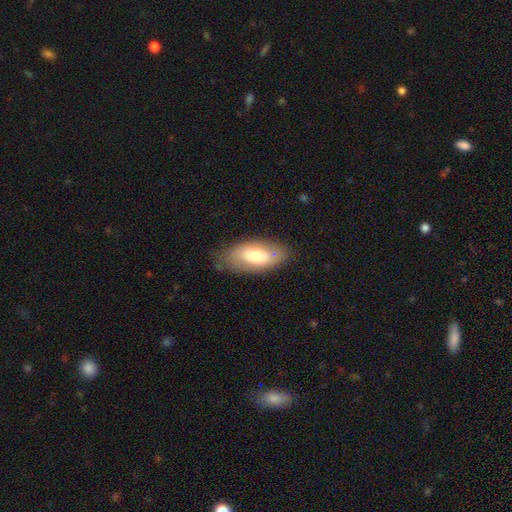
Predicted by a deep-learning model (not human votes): Morphology: type=smooth (70%); roundness=in between (88%); merging=none (72%).